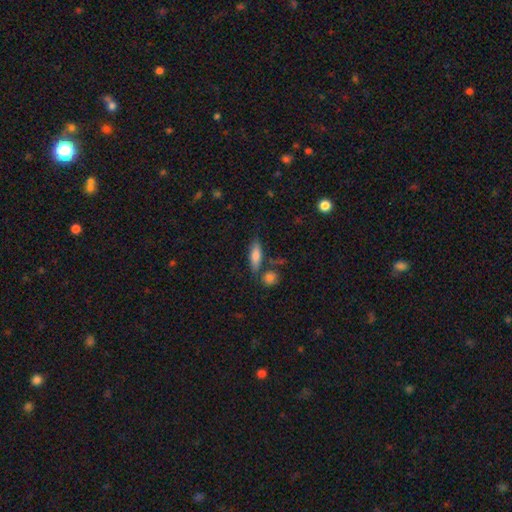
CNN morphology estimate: A smooth galaxy with no disk features (73%) that is in between round and cigar-shaped (56%).

Vote fractions:
- Smooth or featured? smooth: 73% / featured or disk: 20% / star or artifact: 7%
- How rounded? in between: 56% / cigar-shaped: 40% / round: 3%
- Merging? none: 68% / minor disturbance: 15% / merger: 13% / major disturbance: 5%